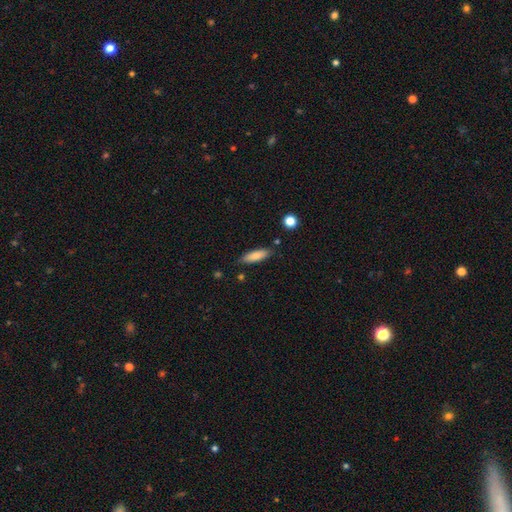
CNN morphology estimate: Overall: smooth (82%). How rounded: cigar-shaped (50%; in between 48%). Merging: none (82%).